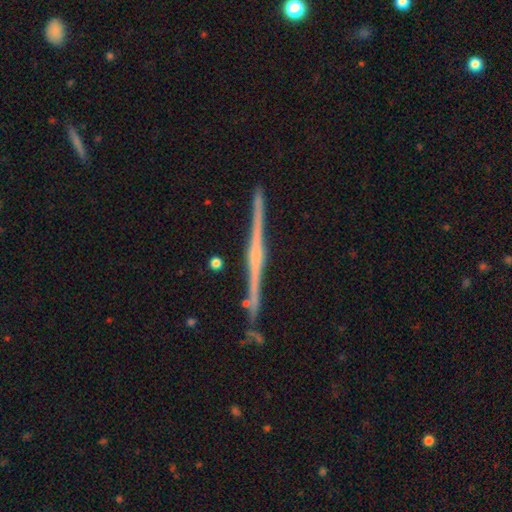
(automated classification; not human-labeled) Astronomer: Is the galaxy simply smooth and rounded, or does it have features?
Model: featured or disk — 84%.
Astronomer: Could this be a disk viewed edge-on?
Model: yes — 99%.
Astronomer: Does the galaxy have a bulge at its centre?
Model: rounded — 55% (runner-up: none, 30%).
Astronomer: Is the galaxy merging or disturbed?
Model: none — 88%.